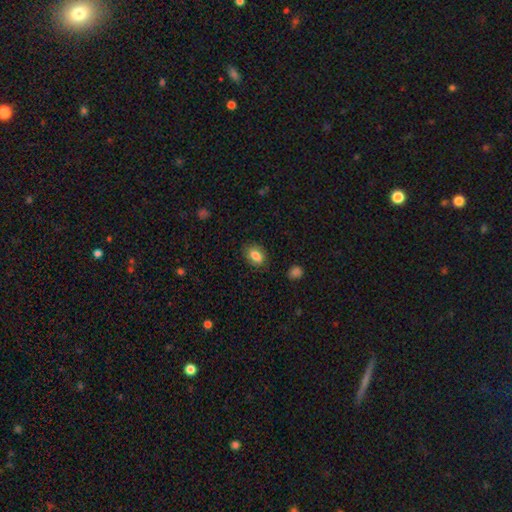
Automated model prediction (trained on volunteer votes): A smooth galaxy with no disk features (82%) that is in between round and cigar-shaped (82%). Merging: none (82%).